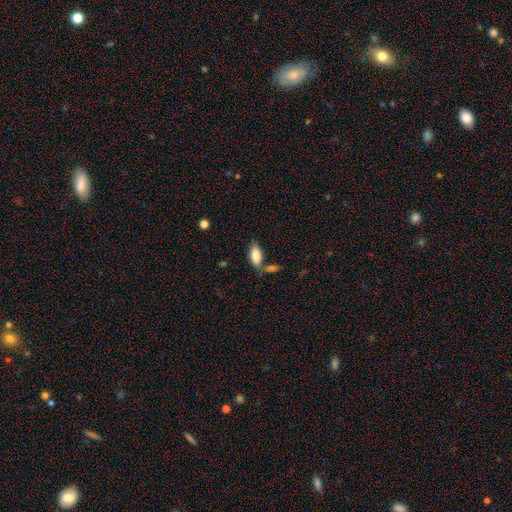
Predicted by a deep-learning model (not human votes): This appears to be a smooth galaxy with no disk features (83%) that is in between round and cigar-shaped (87%). Merging: none (66%).